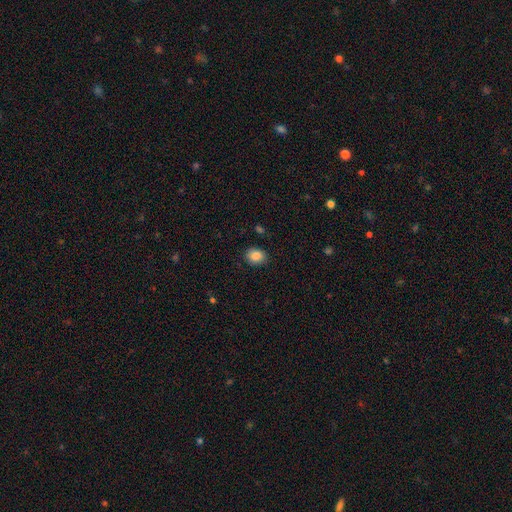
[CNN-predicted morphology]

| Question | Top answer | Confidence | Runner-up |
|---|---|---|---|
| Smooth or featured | smooth | 87% | star or artifact (9%) |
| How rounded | in between | 50% | round (49%) |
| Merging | none | 88% | minor disturbance (9%) |